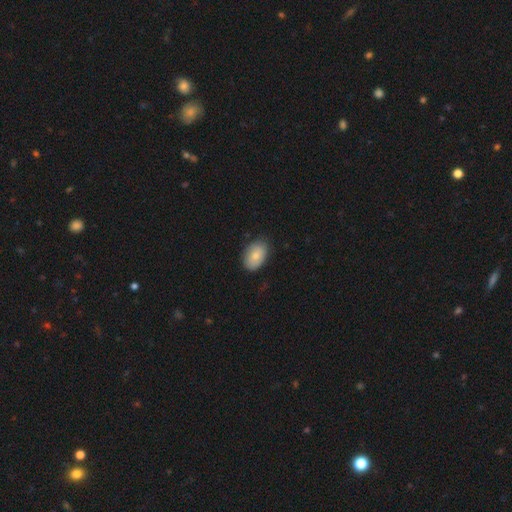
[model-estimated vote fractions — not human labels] Smooth or featured: smooth — 80% (featured or disk — 14%)
How rounded: in between — 88% (round — 11%)
Merging: none — 82% (minor disturbance — 15%)